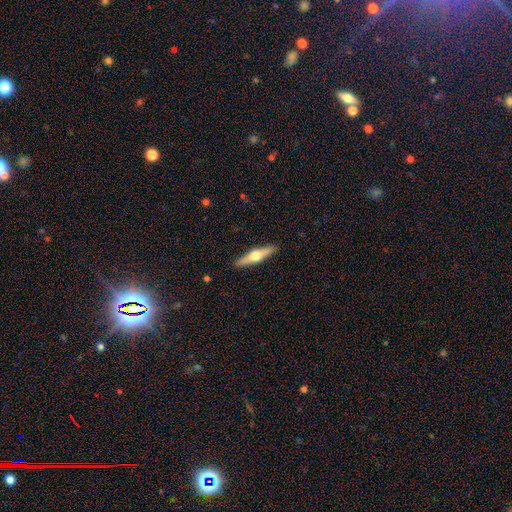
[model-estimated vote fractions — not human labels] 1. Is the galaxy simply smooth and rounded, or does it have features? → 59% featured or disk, 36% smooth, 5% star or artifact.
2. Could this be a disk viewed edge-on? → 95% yes, 5% no.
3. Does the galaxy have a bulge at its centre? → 95% rounded, 3% boxy, 2% none.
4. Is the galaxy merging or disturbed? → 91% none, 7% minor disturbance, 1% major disturbance, 1% merger.